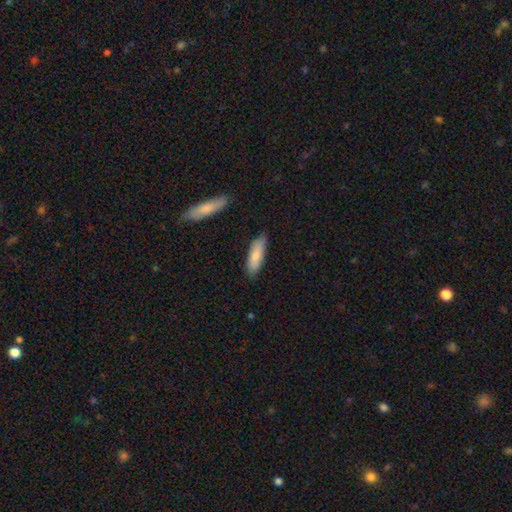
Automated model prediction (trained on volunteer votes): Smooth or featured: smooth — 80% (featured or disk — 15%)
How rounded: cigar-shaped — 52% (in between — 47%)
Merging: none — 81% (minor disturbance — 15%)